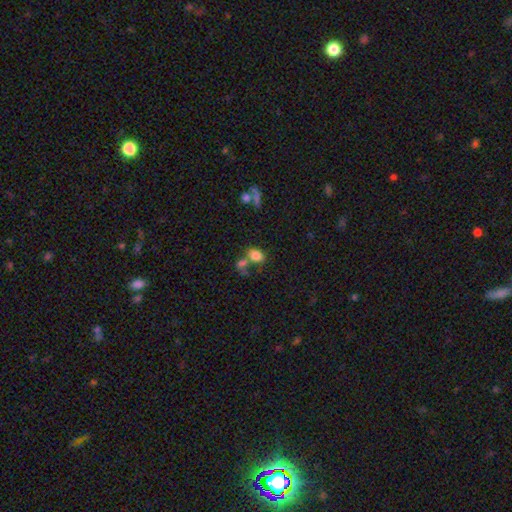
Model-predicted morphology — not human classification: Smooth or featured? smooth (80%)
How rounded? in between (78%)
Merging? none (46%)